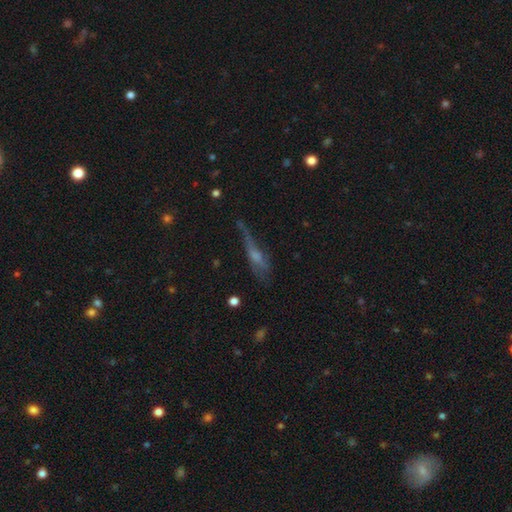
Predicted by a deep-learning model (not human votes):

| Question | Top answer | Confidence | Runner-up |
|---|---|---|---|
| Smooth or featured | featured or disk | 50% | smooth (34%) |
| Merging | none | 43% | minor disturbance (28%) |